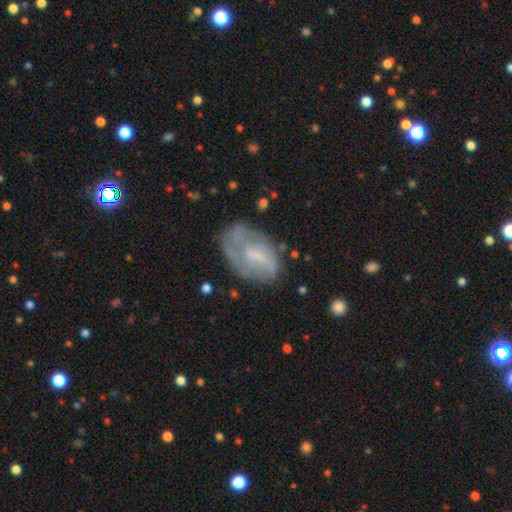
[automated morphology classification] The model was most divided on "smooth or featured": featured or disk: 50%, smooth: 41%, star or artifact: 8%. More confident: edge-on disk — no (95%); merging — none (52%).